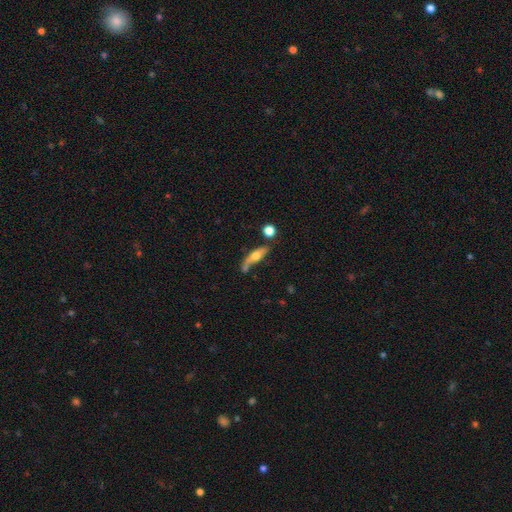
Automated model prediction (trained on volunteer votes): Q: Smooth or featured?
A: featured or disk (48%); runner-up: smooth (45%)
Q: Merging?
A: none (47%); runner-up: minor disturbance (23%)